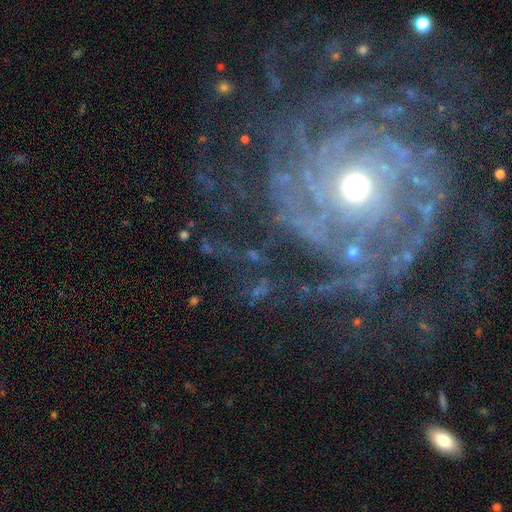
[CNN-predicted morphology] This is clearly a featured or disk galaxy (88%). It is clearly not viewed edge-on (97%). Bar: likely no (74%). Spiral arm pattern: clearly yes (96%). Spiral arm count: marginally can't tell (26%, tied with more than 4). Spiral winding: likely tight (74%). Central bulge: likely moderate (63%). Merging: likely none (69%).